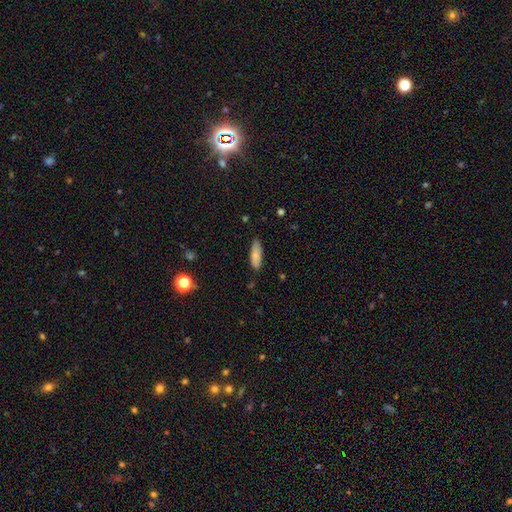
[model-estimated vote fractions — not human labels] A smooth galaxy with no disk features (80%) that is in between round and cigar-shaped (59%).

Vote fractions:
- Smooth or featured? smooth: 80% / featured or disk: 14% / star or artifact: 7%
- How rounded? in between: 59% / cigar-shaped: 39% / round: 2%
- Merging? none: 84% / minor disturbance: 13% / major disturbance: 2% / merger: 1%